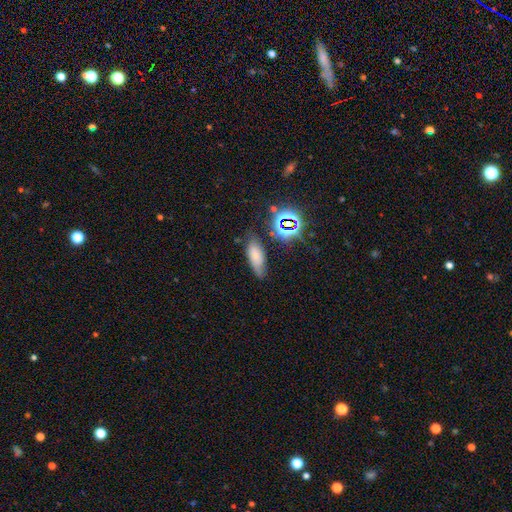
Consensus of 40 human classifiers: This appears to be a smooth galaxy with no disk features (68%) that is in between round and cigar-shaped (70%). Merging: none (83%).